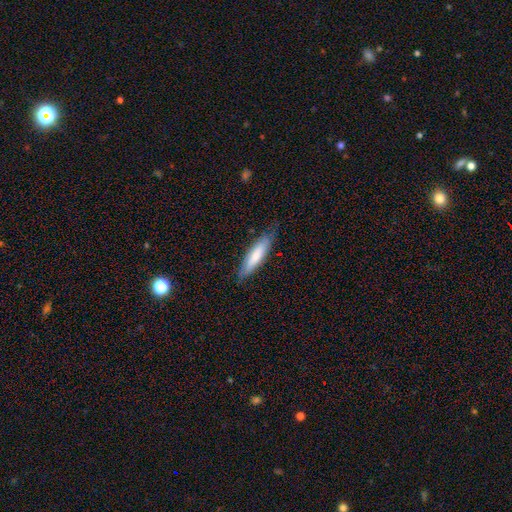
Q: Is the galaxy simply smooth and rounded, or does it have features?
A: smooth — 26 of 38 (68%).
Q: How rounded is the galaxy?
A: cigar-shaped — 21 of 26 (81%).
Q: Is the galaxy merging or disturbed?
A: none — 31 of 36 (86%).